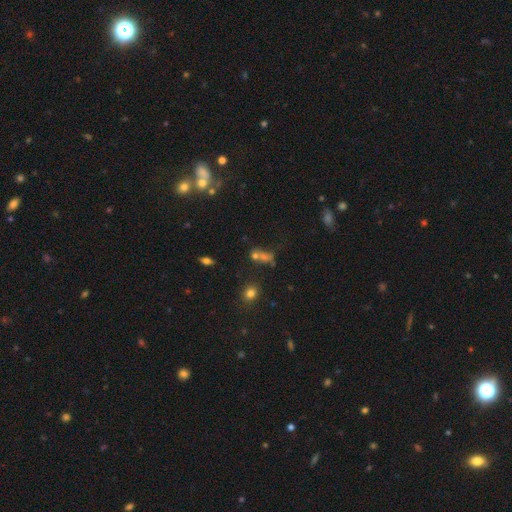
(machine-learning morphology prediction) Smooth or featured?
  - smooth: 58% *
  - star or artifact: 25%
  - featured or disk: 17%
How rounded?
  - in between: 51% *
  - round: 40%
  - cigar-shaped: 9%
Merging?
  - merger: 41% *
  - none: 35%
  - minor disturbance: 12%
  - major disturbance: 12%